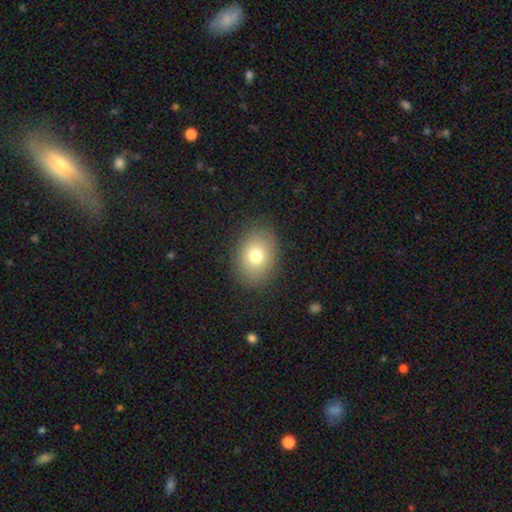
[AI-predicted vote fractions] Smooth or featured: smooth — 77% (featured or disk — 13%)
How rounded: in between — 65% (round — 34%)
Merging: none — 86% (minor disturbance — 10%)